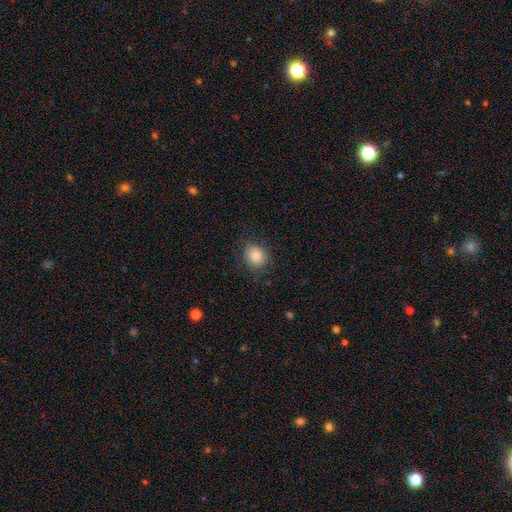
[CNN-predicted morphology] smooth_or_featured: smooth (p=0.83) [alt: star or artifact p=0.10]
how_rounded: round (p=0.78) [alt: in between p=0.21]
merging: none (p=0.80) [alt: minor disturbance p=0.14]